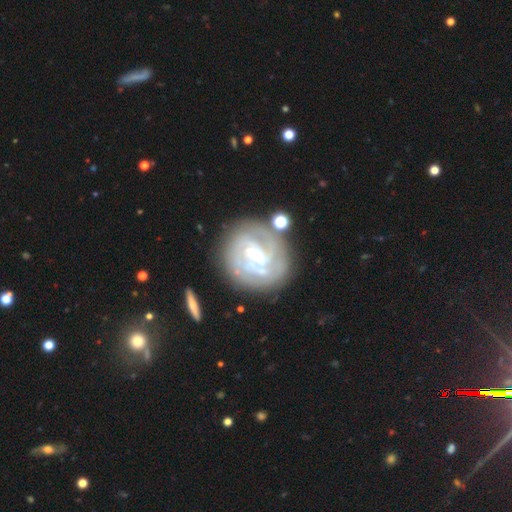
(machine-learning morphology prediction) The model was most divided on "bar": weak: 44%, strong: 41%, no: 14%. Remaining: edge-on disk — no (96%); spiral arms — yes (93%); smooth or featured — featured or disk (85%); merging — none (76%); spiral winding — tight (69%); bulge size — moderate (53%); spiral arm count — 2 (33%).